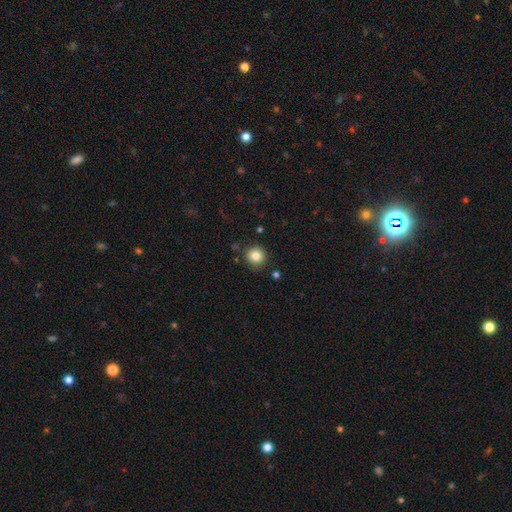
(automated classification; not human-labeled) Q: Smooth or featured?
A: smooth (83%); runner-up: star or artifact (10%)
Q: How rounded?
A: round (92%); runner-up: in between (7%)
Q: Merging?
A: none (87%); runner-up: minor disturbance (8%)